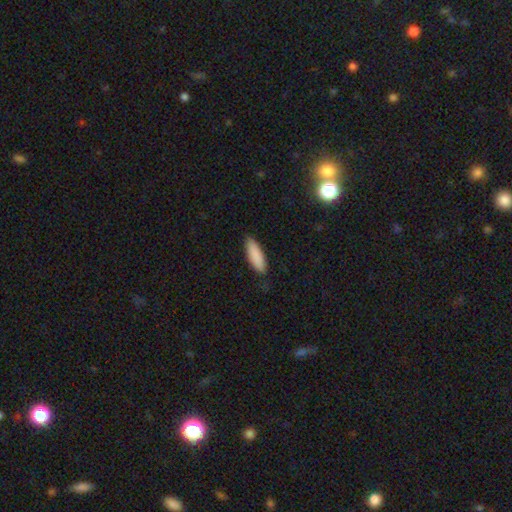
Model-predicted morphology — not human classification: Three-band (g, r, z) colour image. It shows a smooth galaxy with no disk features (89%) that is in between round and cigar-shaped (54%). Merging: none (84%).